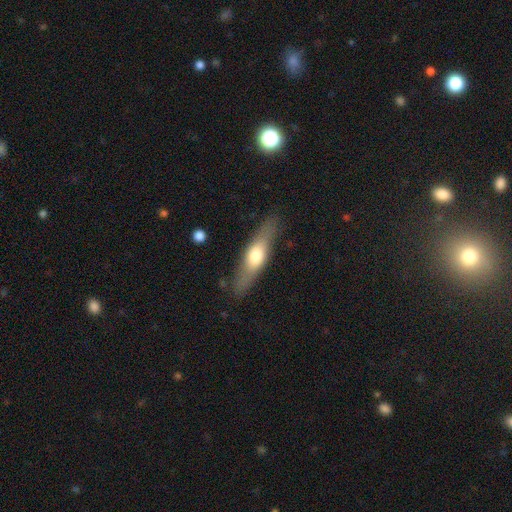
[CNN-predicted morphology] This is possibly a smooth galaxy (50%). Merging: clearly none (83%).